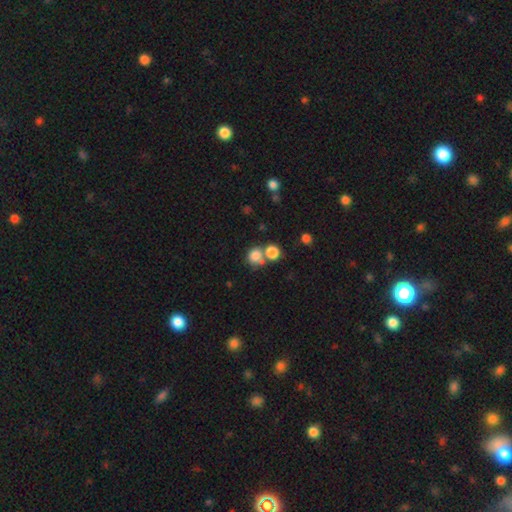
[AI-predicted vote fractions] Smooth or featured? Predicted: smooth (p=0.80). How rounded? Predicted: round (p=0.77). Merging? Predicted: none (p=0.47).